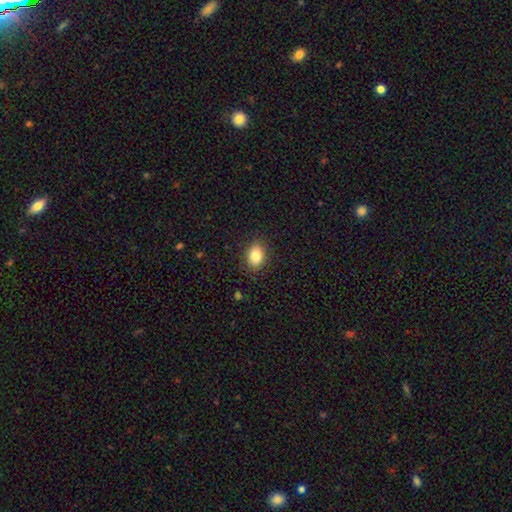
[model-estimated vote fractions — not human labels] smooth 84%, star or artifact 9%, featured or disk 7%. Down the decision tree: how rounded — in between (73%); merging — none (87%).